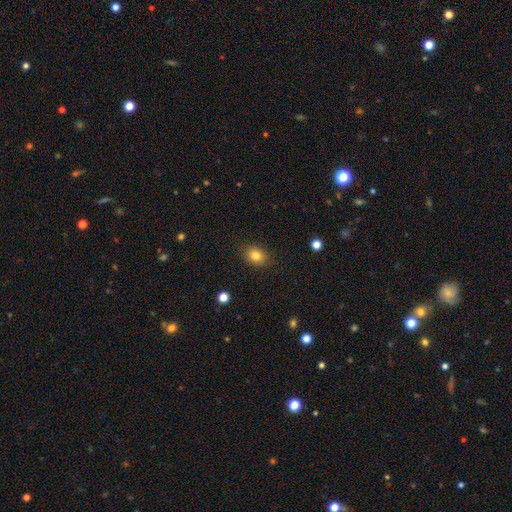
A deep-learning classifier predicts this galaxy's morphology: Smooth or featured? smooth (82%)
How rounded? in between (54%)
Merging? none (87%)